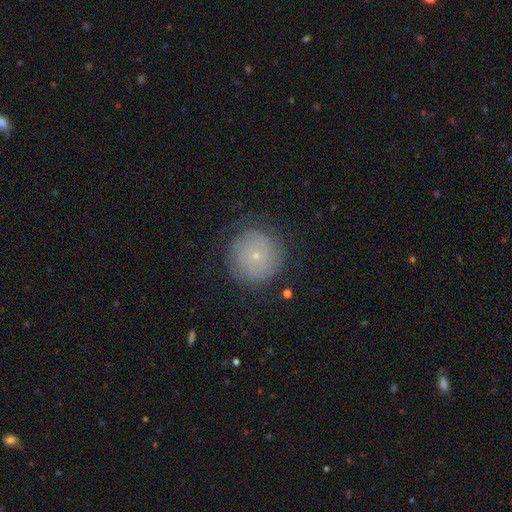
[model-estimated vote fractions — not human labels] smooth_or_featured: smooth (p=0.53) [alt: featured or disk p=0.36]
how_rounded: round (p=0.93) [alt: in between p=0.06]
merging: none (p=0.78) [alt: minor disturbance p=0.15]